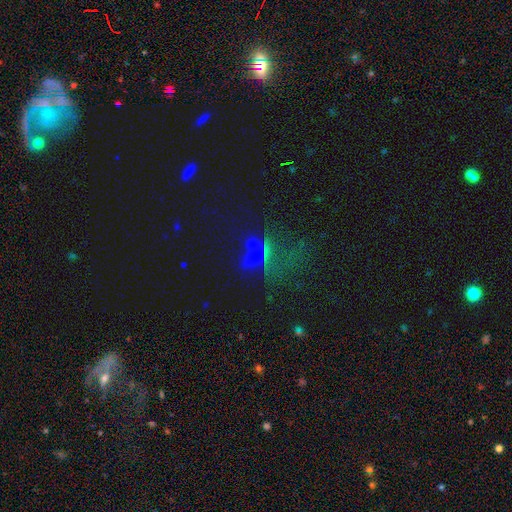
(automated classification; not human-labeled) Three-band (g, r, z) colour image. It shows a star or artifact, not a galaxy (42%).